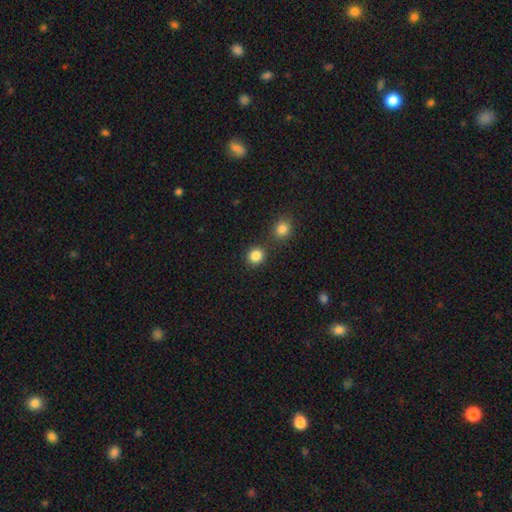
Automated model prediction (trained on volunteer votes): This appears to be a smooth galaxy with no disk features (85%) that is round (88%). Merging: none (81%).